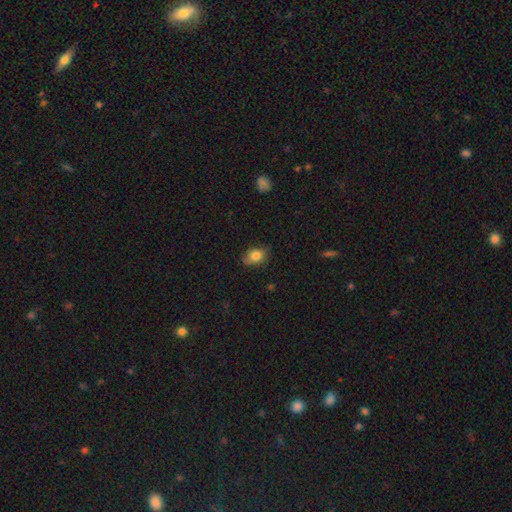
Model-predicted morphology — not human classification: The model was most divided on "merging": none: 68%, minor disturbance: 25%, major disturbance: 6%, merger: 1%. More confident: smooth or featured — smooth (82%); how rounded — in between (75%).